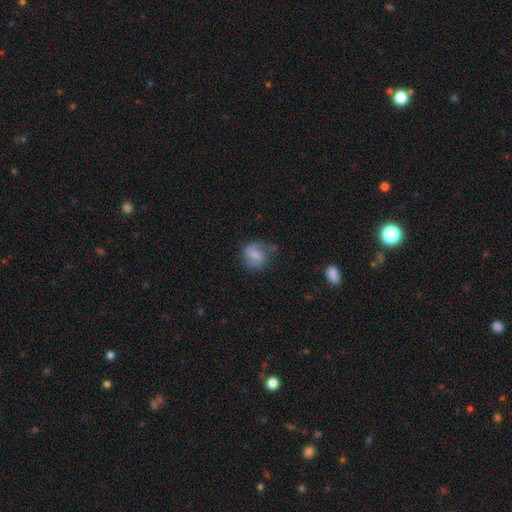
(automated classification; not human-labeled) Morphology: type=smooth (47%); merging=none (55%).